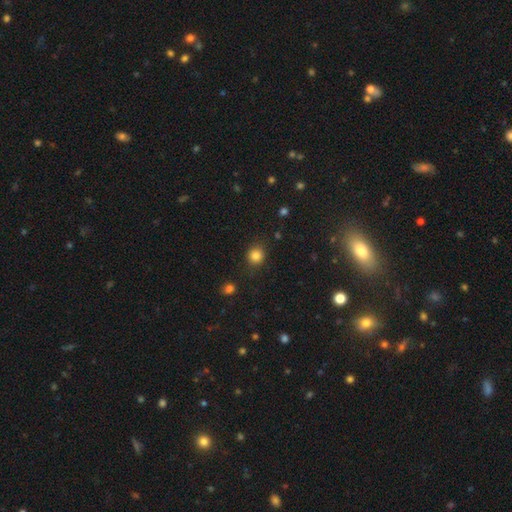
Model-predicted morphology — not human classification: A smooth galaxy with no disk features (83%) that is round (85%). Merging: none (84%).